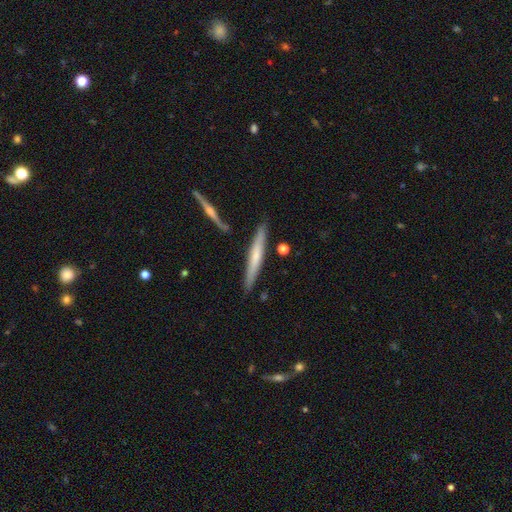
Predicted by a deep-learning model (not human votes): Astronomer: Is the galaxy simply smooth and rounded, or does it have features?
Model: smooth — 48% (runner-up: featured or disk, 47%).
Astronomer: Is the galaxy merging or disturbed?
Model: none — 84%.